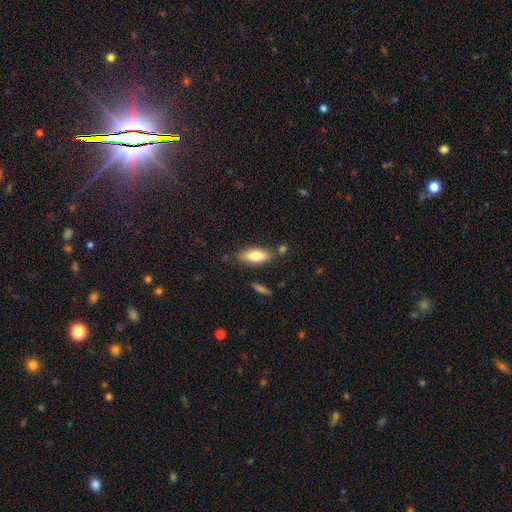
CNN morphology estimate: Overall: smooth (76%). How rounded: in between (75%). Merging: none (78%).